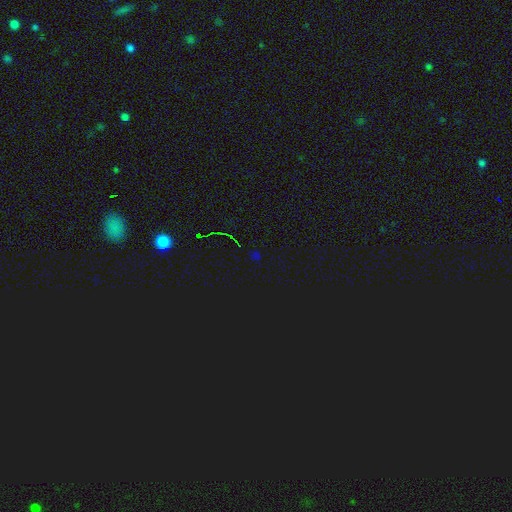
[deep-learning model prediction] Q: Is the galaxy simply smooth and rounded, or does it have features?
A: star or artifact — 75%.